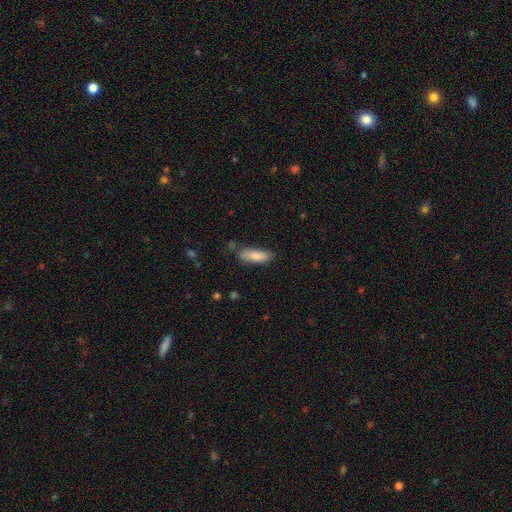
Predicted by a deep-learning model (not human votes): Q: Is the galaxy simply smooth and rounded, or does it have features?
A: smooth — 84%.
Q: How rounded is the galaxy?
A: in between — 55%.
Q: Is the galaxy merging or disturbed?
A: none — 77%.